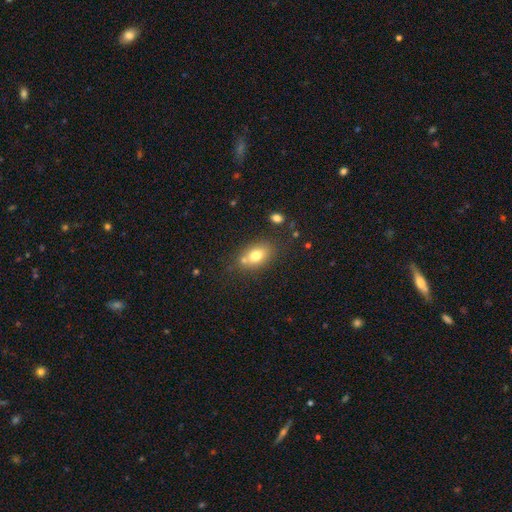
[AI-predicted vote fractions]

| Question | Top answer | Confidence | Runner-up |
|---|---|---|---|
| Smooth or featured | smooth | 74% | featured or disk (15%) |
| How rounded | in between | 77% | round (21%) |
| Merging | none | 66% | minor disturbance (15%) |